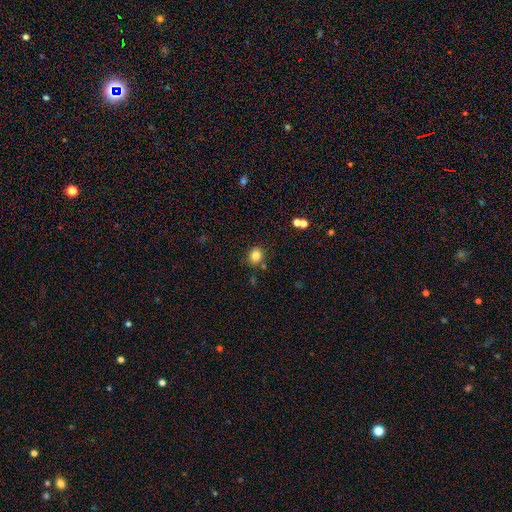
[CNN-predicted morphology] smooth 82%, star or artifact 11%, featured or disk 6%. Down the decision tree: how rounded — round (78%); merging — none (82%).